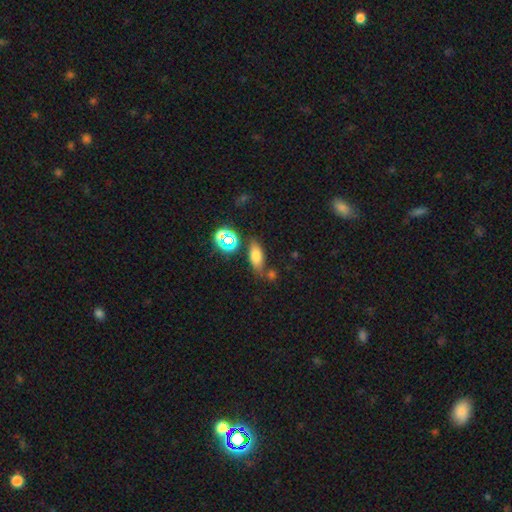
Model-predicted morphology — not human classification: type=smooth (71%); roundness=in between (75%); merging=none (69%).